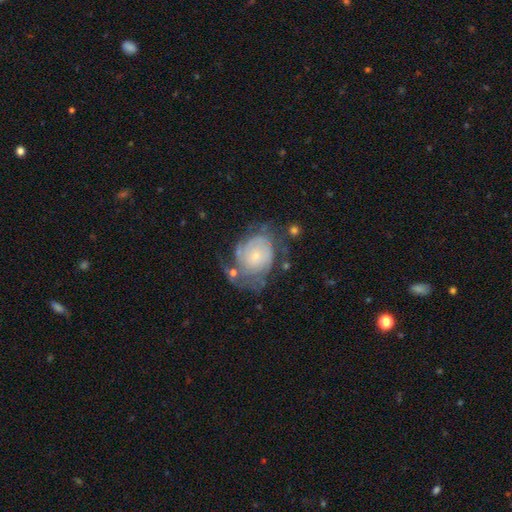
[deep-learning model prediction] Overall: featured or disk (67%). Edge-on disk: no (97%). Bar: no (81%). Spiral arms: yes (78%). Spiral arm count: can't tell (50%; 2 26%). Spiral winding: tight (63%; medium 26%). Bulge size: small (69%). Merging: none (46%; minor disturbance 24%).